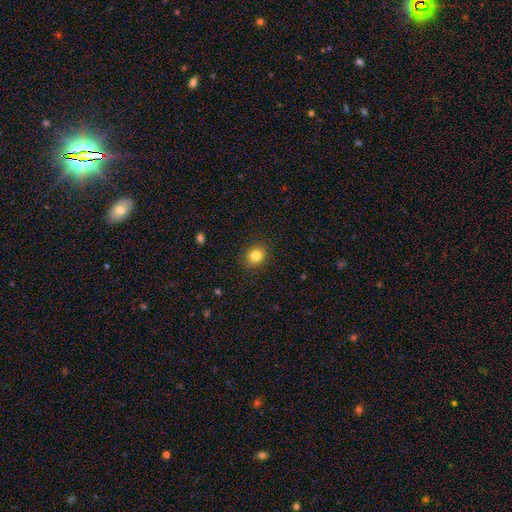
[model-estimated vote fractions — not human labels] Smooth or featured: smooth — 82% (star or artifact — 11%)
How rounded: round — 70% (in between — 29%)
Merging: none — 89% (minor disturbance — 8%)